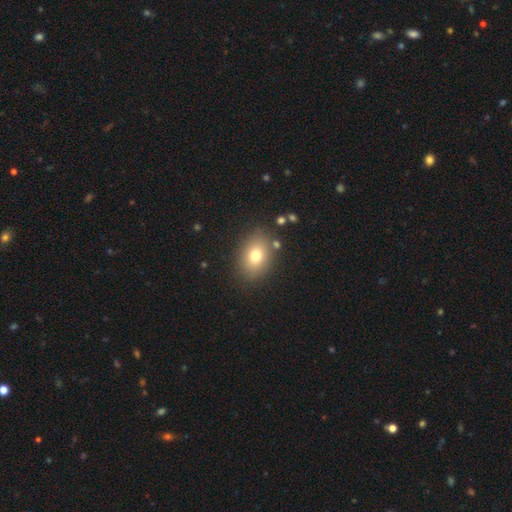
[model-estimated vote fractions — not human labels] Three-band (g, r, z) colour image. It shows a smooth galaxy with no disk features (75%) that is in between round and cigar-shaped (70%). Merging: none (83%).